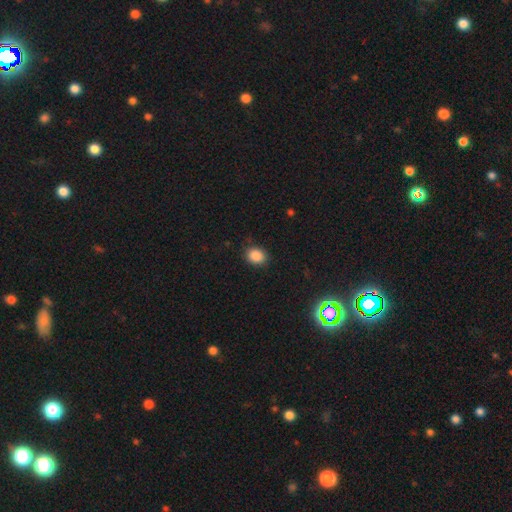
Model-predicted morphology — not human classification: This appears to be a smooth galaxy with no disk features (87%) that is round (52%). Merging: none (85%).